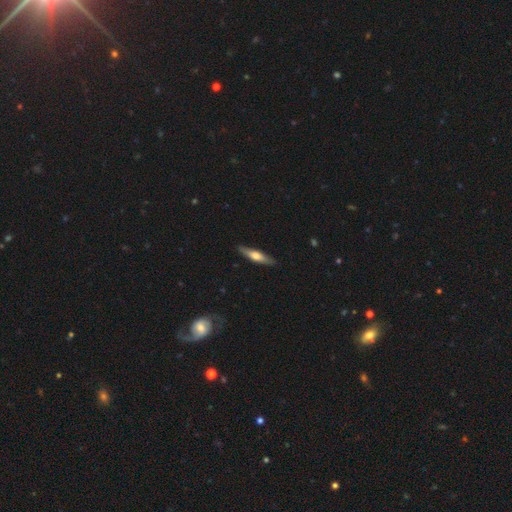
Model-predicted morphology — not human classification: Smooth or featured?
  - featured or disk: 49% *
  - smooth: 46%
  - star or artifact: 5%
Merging?
  - none: 87% *
  - minor disturbance: 10%
  - major disturbance: 2%
  - merger: 1%